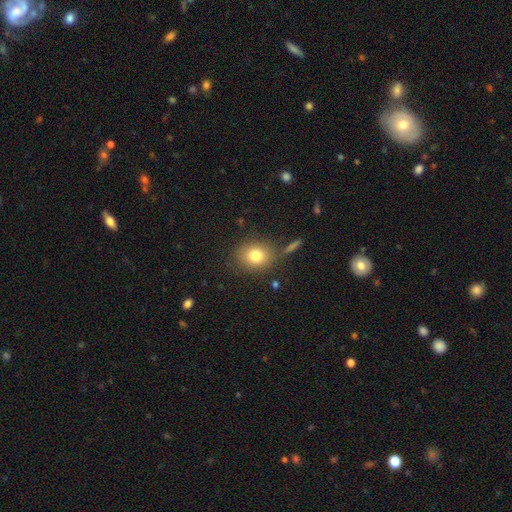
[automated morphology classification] This appears to be a smooth galaxy with no disk features (79%) that is round (63%). Merging: none (79%).